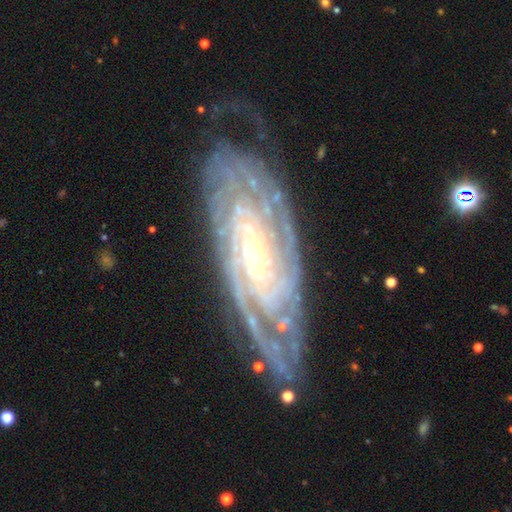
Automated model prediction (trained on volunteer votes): Smooth or featured? featured or disk (90%)
Edge-on disk? no (92%)
Bar? no (60%)
Spiral arms? yes (98%)
Spiral winding? tight (78%)
Spiral arm count? can't tell (30%)
Bulge size? small (79%)
Merging? none (74%)